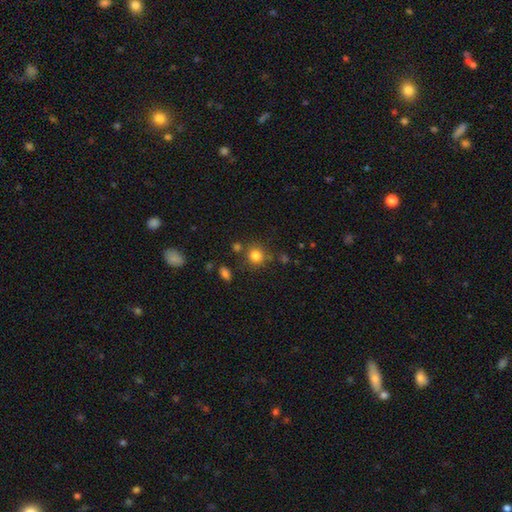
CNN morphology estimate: This is clearly a smooth galaxy (82%). How rounded: clearly round (88%). Merging: likely none (77%).